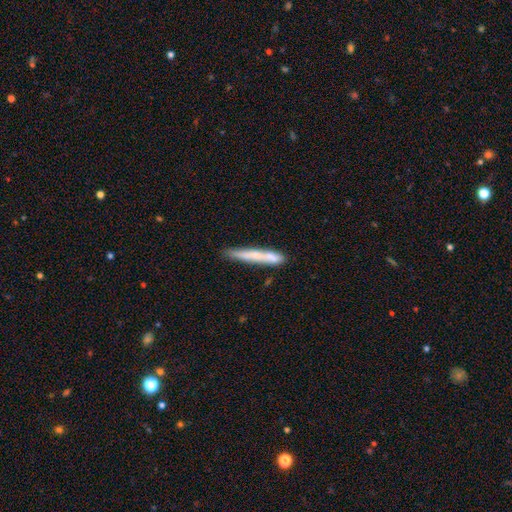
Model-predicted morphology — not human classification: Overall: smooth (63%; featured or disk 31%). How rounded: cigar-shaped (95%). Merging: none (73%).